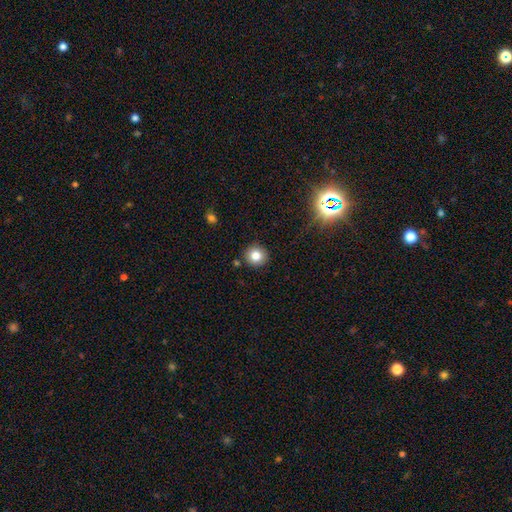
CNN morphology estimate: smooth_or_featured: smooth (p=0.81) [alt: star or artifact p=0.12]
how_rounded: round (p=0.92) [alt: in between p=0.07]
merging: none (p=0.89) [alt: minor disturbance p=0.07]